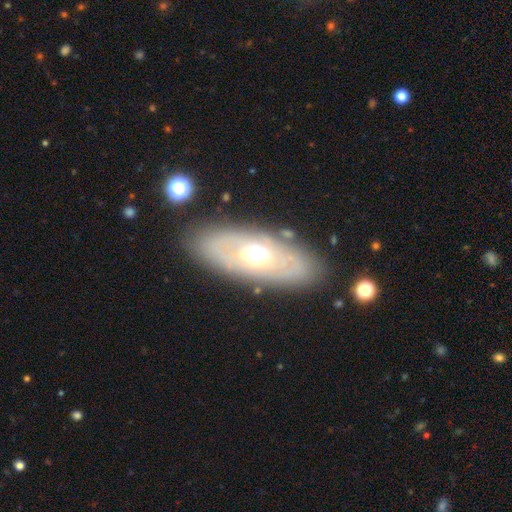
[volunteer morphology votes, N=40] Smooth or featured: featured or disk — 72% (smooth — 28%)
Edge-on disk: no — 93% (yes — 7%)
Bar: no — 89% (weak — 11%)
Spiral arms: no — 81% (yes — 19%)
Bulge size: moderate — 74% (large — 22%)
Merging: none — 85% (minor disturbance — 8%)